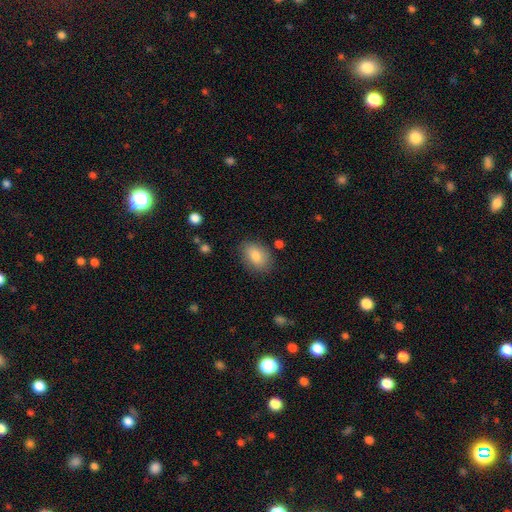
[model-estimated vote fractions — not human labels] Morphology: type=smooth (82%); roundness=in between (77%); merging=none (81%).